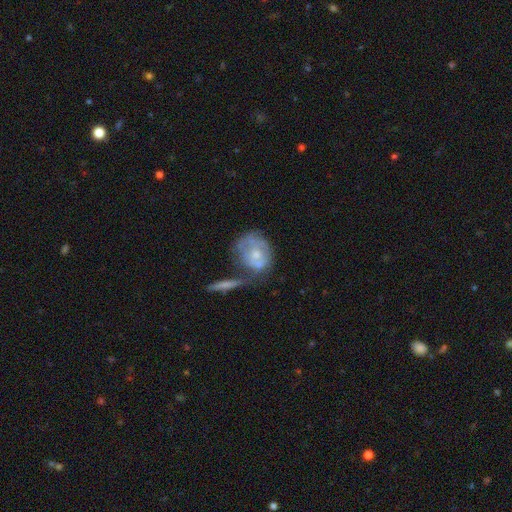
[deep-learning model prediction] Smooth or featured?
  - featured or disk: 49% *
  - smooth: 44%
  - star or artifact: 8%
Merging?
  - none: 33% *
  - merger: 27%
  - minor disturbance: 21%
  - major disturbance: 19%